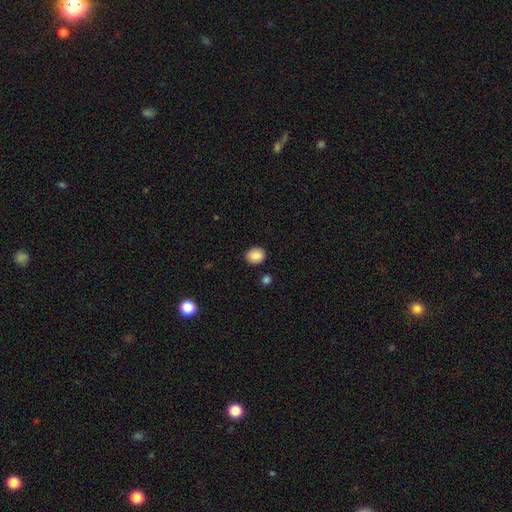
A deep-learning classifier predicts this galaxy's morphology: smooth_or_featured: smooth (p=0.87) [alt: star or artifact p=0.08]
how_rounded: round (p=0.65) [alt: in between p=0.34]
merging: none (p=0.87) [alt: minor disturbance p=0.08]